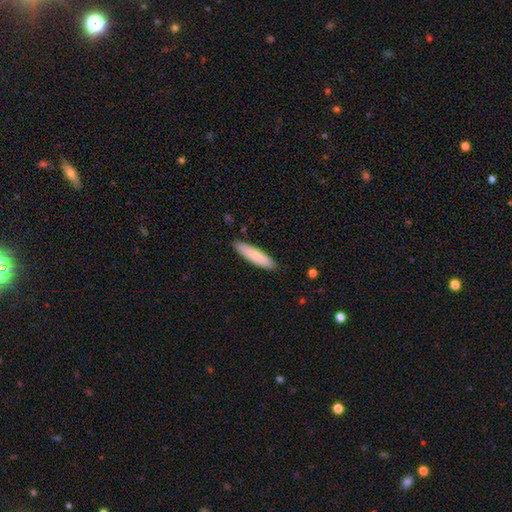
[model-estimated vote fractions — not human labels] Smooth or featured: smooth — 75% (featured or disk — 20%)
How rounded: cigar-shaped — 76% (in between — 23%)
Merging: none — 88% (minor disturbance — 9%)